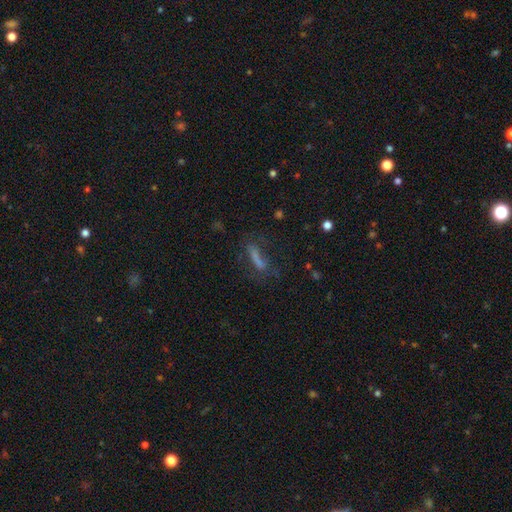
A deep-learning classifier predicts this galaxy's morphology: The model was most divided on "smooth or featured": smooth: 51%, featured or disk: 28%, star or artifact: 21%. More confident: how rounded — cigar-shaped (75%); merging — none (59%).